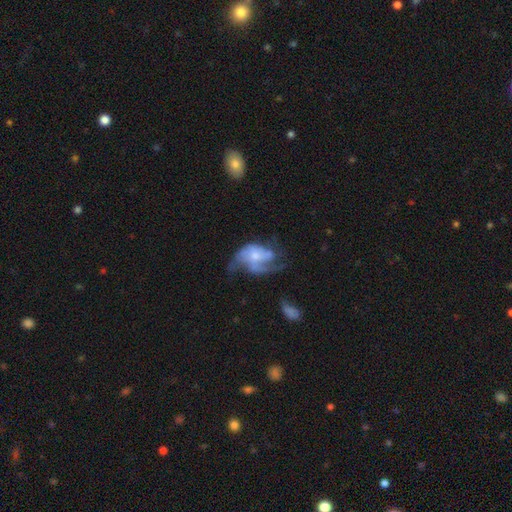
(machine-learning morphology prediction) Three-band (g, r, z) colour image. It shows a featured or disk galaxy (70%) with no bar (72%), 2 (33%) medium (41%) spiral arms (74%) and a small central bulge (45%). Merging: major disturbance (44%).